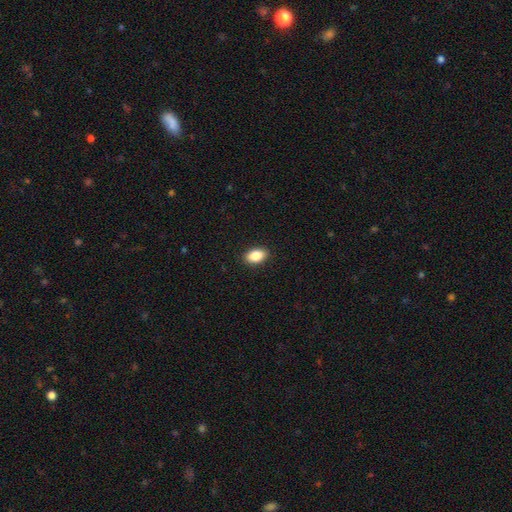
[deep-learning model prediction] Q: Smooth or featured?
A: smooth (86%); runner-up: star or artifact (8%)
Q: How rounded?
A: in between (89%); runner-up: round (9%)
Q: Merging?
A: none (90%); runner-up: minor disturbance (8%)